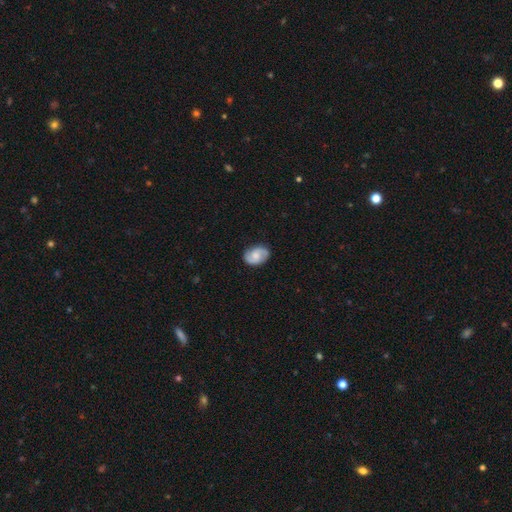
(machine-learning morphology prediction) This appears to be a featured or disk galaxy (66%) with no bar (60%), 2 (90%) medium (47%) spiral arms (94%) and a moderate central bulge (48%). Merging: none (85%).